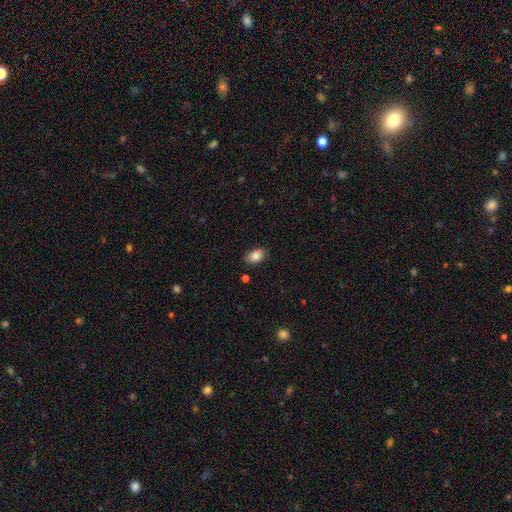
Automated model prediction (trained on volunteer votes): This is clearly a smooth galaxy (84%). How rounded: clearly in between (89%). Merging: clearly none (83%).